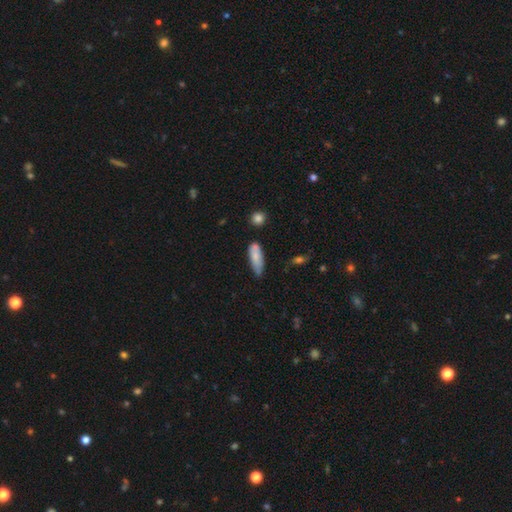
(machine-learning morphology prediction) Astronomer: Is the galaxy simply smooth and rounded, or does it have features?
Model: smooth — 78%.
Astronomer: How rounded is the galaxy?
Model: in between — 66%.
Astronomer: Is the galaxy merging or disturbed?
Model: none — 55% (runner-up: minor disturbance, 33%).